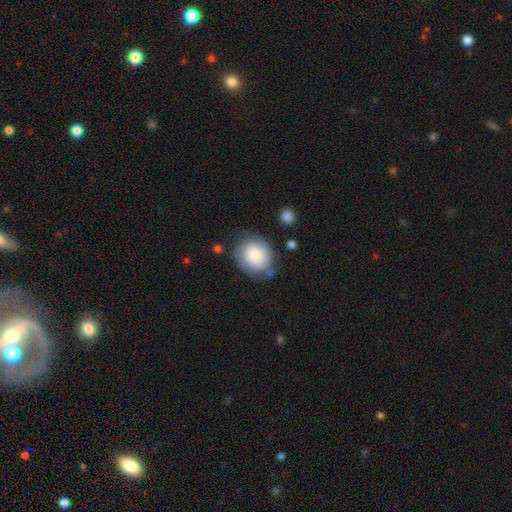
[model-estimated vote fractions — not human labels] smooth-or-featured: smooth: 72% | featured or disk: 21% | star or artifact: 7%
  how-rounded: round: 71% | in between: 28% | cigar-shaped: 1%
  merging: none: 66% | minor disturbance: 22% | major disturbance: 9% | merger: 4%